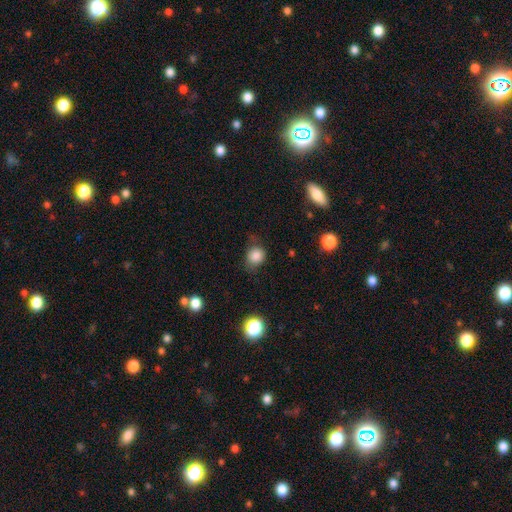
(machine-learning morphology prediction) smooth-or-featured: smooth: 82% | star or artifact: 11% | featured or disk: 7%
  how-rounded: round: 74% | in between: 25% | cigar-shaped: 1%
  merging: none: 65% | minor disturbance: 24% | major disturbance: 9% | merger: 2%